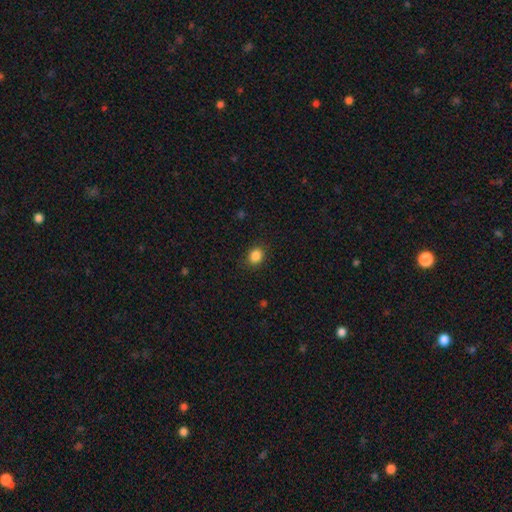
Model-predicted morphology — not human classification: Smooth or featured? Predicted: smooth (p=0.86). How rounded? Predicted: round (p=0.57). Merging? Predicted: none (p=0.88).